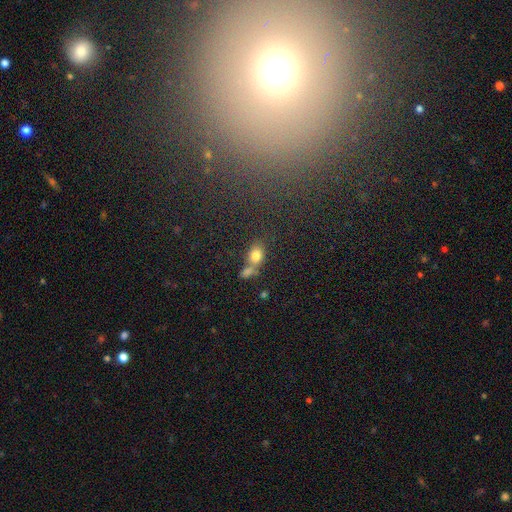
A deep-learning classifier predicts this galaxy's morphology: Smooth or featured: smooth — 78% (star or artifact — 12%)
How rounded: in between — 66% (round — 31%)
Merging: merger — 46% (none — 37%)